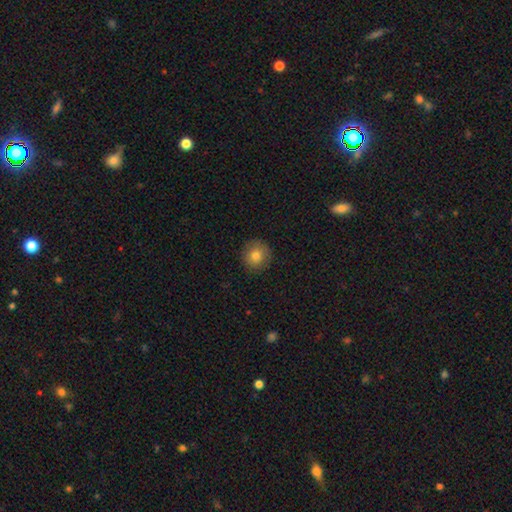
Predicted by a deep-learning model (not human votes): smooth 79%, featured or disk 11%, star or artifact 10%. Down the decision tree: how rounded — round (91%); merging — none (88%).